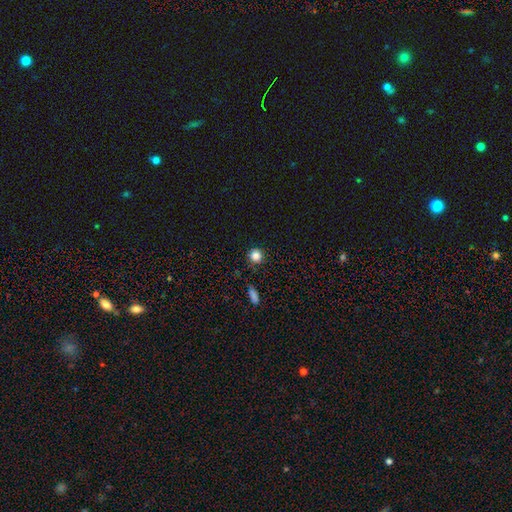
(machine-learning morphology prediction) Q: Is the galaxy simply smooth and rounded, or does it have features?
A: smooth — 83%.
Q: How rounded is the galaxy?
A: round — 94%.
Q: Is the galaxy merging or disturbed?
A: none — 89%.